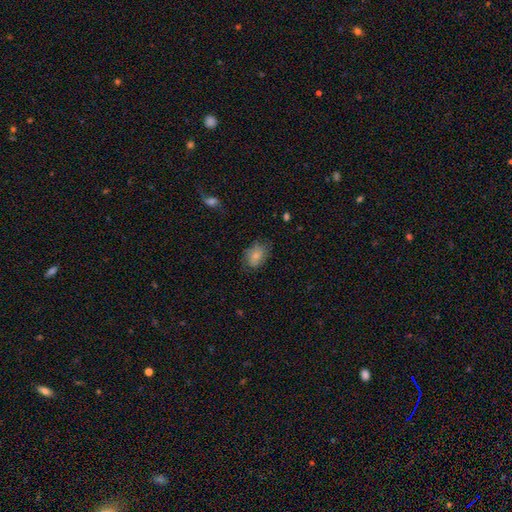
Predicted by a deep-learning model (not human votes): Smooth or featured? smooth (79%)
How rounded? in between (81%)
Merging? none (70%)